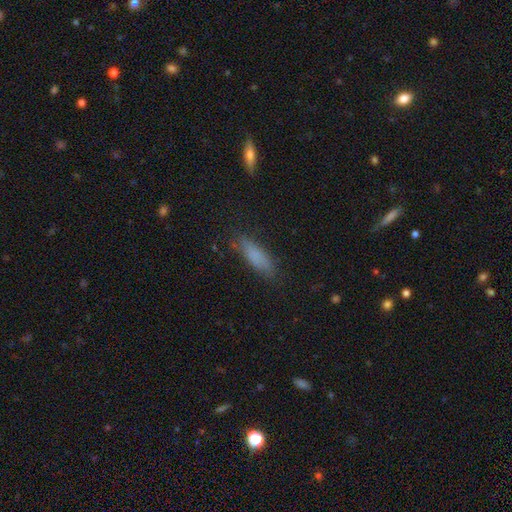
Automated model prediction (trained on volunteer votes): The model was most divided on "how rounded": cigar-shaped: 52%, in between: 46%, round: 2%. More confident: smooth or featured — smooth (78%); merging — none (75%).